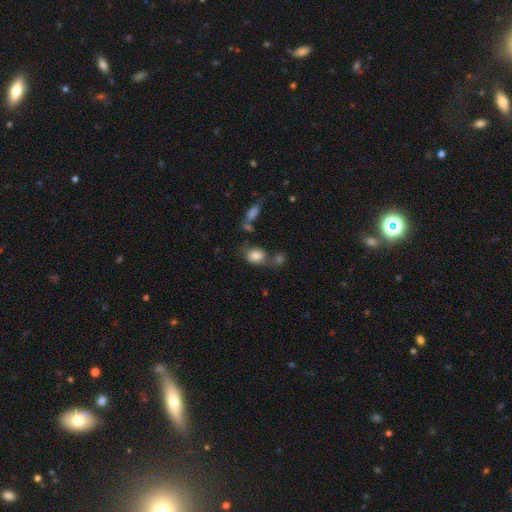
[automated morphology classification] A smooth galaxy with no disk features (77%) that is in between round and cigar-shaped (77%). Merging: none (45%).